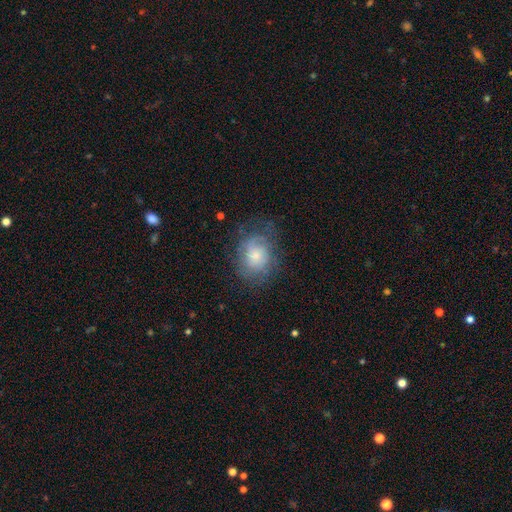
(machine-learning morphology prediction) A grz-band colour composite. It shows a smooth galaxy with no disk features (48%). Merging: none (60%).